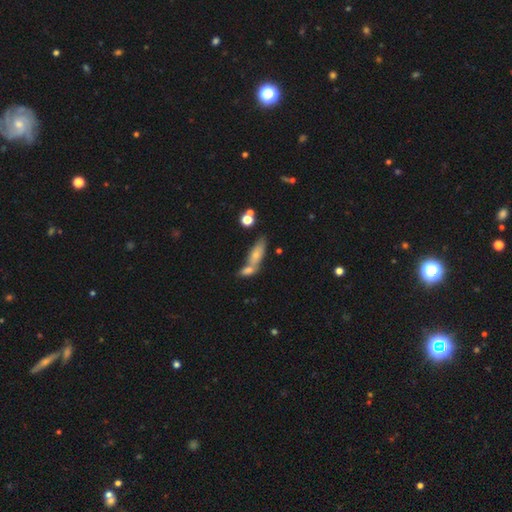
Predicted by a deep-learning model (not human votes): smooth_or_featured: smooth (p=0.68) [alt: featured or disk p=0.23]
how_rounded: in between (p=0.50) [alt: cigar-shaped p=0.46]
merging: merger (p=0.42) [alt: none p=0.41]